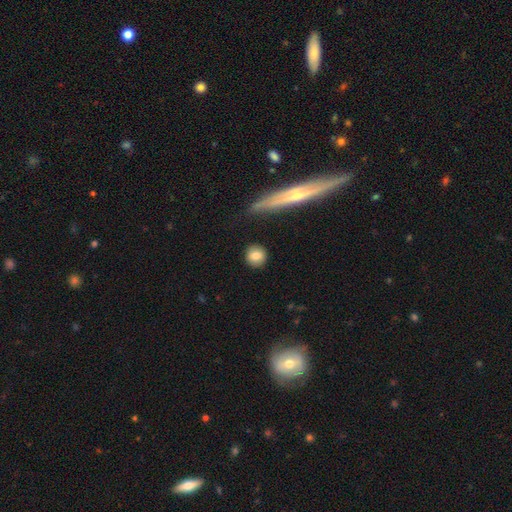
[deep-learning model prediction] Smooth or featured?
  - smooth: 81% *
  - featured or disk: 11%
  - star or artifact: 8%
How rounded?
  - round: 89% *
  - in between: 9%
  - cigar-shaped: 2%
Merging?
  - none: 88% *
  - minor disturbance: 7%
  - major disturbance: 2%
  - merger: 2%